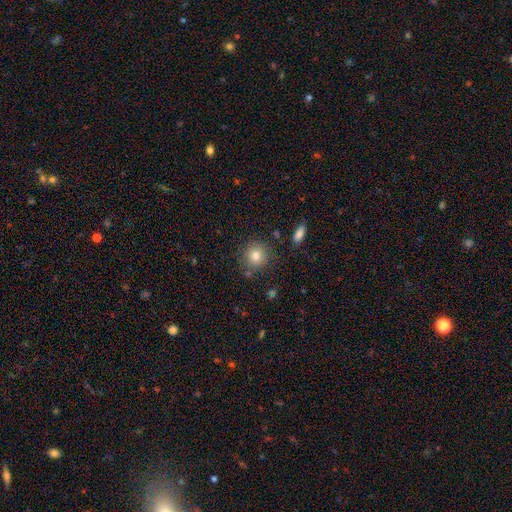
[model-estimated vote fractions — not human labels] Smooth or featured? Predicted: smooth (p=0.82). How rounded? Predicted: round (p=0.87). Merging? Predicted: none (p=0.82).